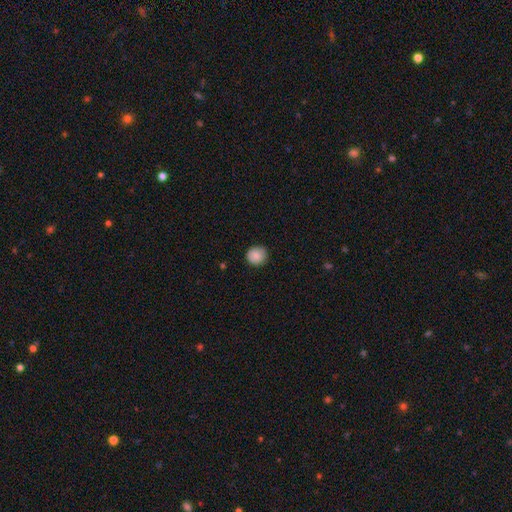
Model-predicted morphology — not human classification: Q: Smooth or featured?
A: smooth (86%); runner-up: star or artifact (8%)
Q: How rounded?
A: round (91%); runner-up: in between (8%)
Q: Merging?
A: none (89%); runner-up: minor disturbance (9%)